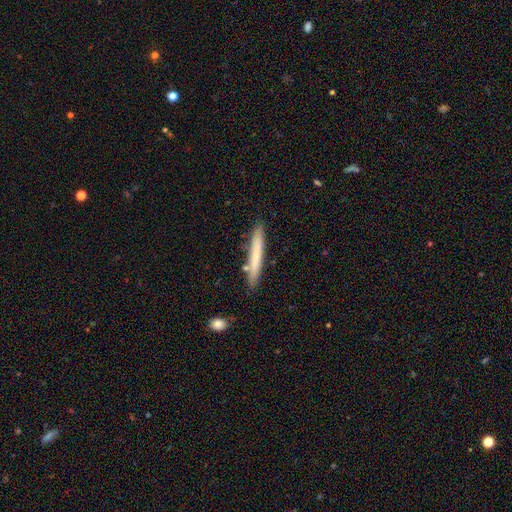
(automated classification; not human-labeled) smooth-or-featured: smooth: 66% | featured or disk: 28% | star or artifact: 6%
  how-rounded: cigar-shaped: 96% | in between: 3% | round: 1%
  merging: none: 85% | minor disturbance: 10% | merger: 3% | major disturbance: 2%